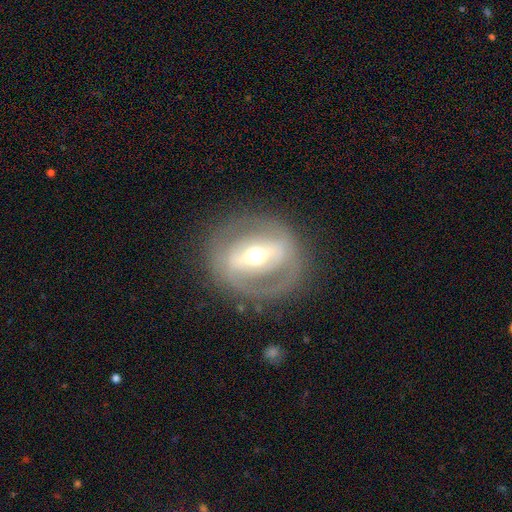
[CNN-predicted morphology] Smooth or featured? featured or disk (71%)
Edge-on disk? no (89%)
Bar? strong (61%)
Spiral arms? no (66%)
Bulge size? moderate (69%)
Merging? none (78%)